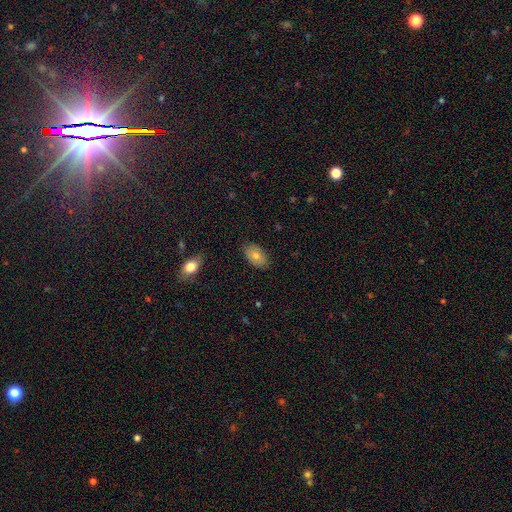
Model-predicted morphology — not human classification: Smooth or featured? Predicted: smooth (p=0.73). How rounded? Predicted: in between (p=0.92). Merging? Predicted: none (p=0.84).